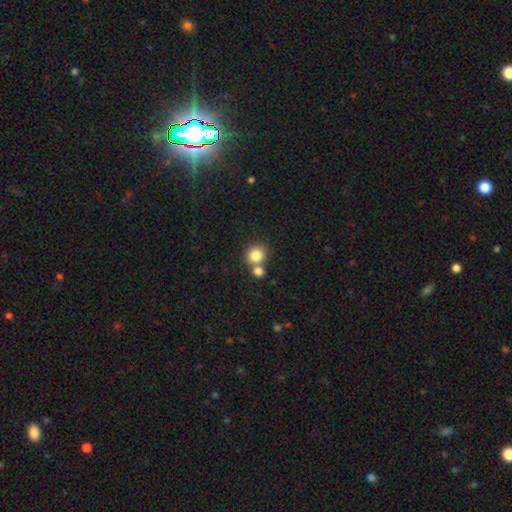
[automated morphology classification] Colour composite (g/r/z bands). It shows a smooth galaxy with no disk features (82%) that is round (86%). Merging: none (54%).